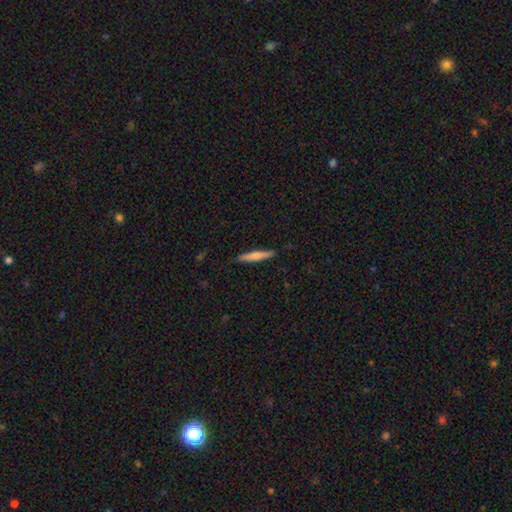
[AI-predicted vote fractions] A smooth galaxy with no disk features (63%) that is cigar-shaped (94%).

Vote fractions:
- Smooth or featured? smooth: 63% / featured or disk: 32% / star or artifact: 5%
- How rounded? cigar-shaped: 94% / in between: 5% / round: 1%
- Merging? none: 90% / minor disturbance: 8% / major disturbance: 1% / merger: 1%